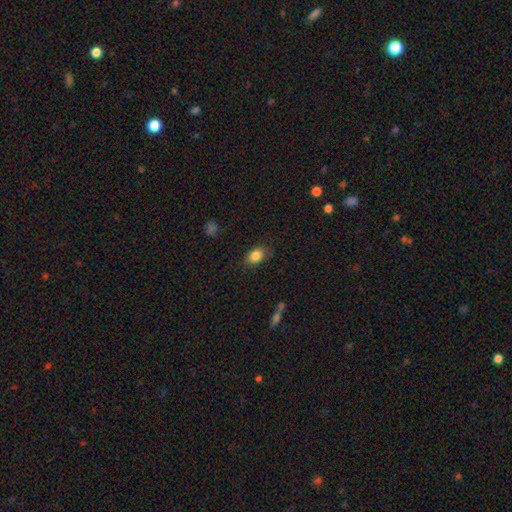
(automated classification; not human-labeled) Smooth or featured: smooth — 85% (star or artifact — 9%)
How rounded: in between — 76% (round — 22%)
Merging: none — 81% (minor disturbance — 14%)